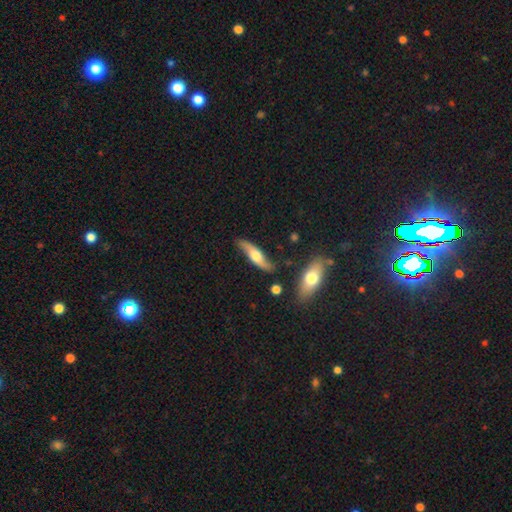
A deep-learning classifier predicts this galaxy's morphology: smooth-or-featured: featured or disk: 57% | smooth: 38% | star or artifact: 5%
  disk-edge-on: yes: 57% | no: 43%
  merging: none: 78% | minor disturbance: 16% | major disturbance: 3% | merger: 3%